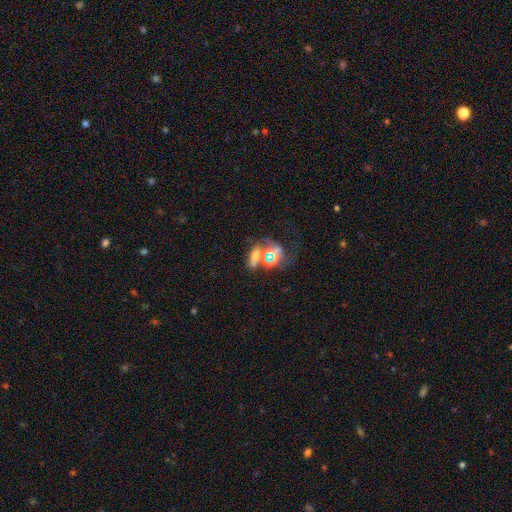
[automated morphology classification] Smooth or featured: smooth — 42% (star or artifact — 29%)
Merging: merger — 37% (none — 35%)